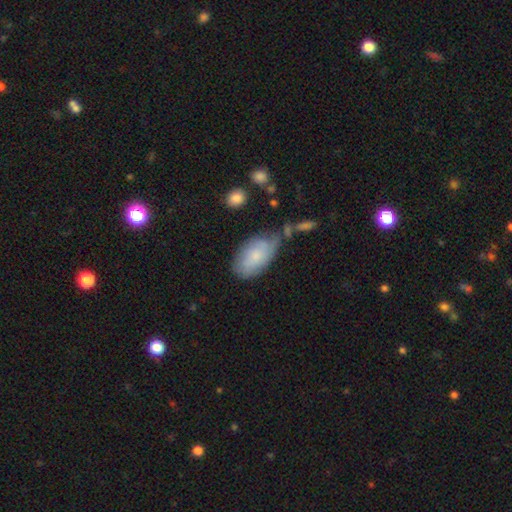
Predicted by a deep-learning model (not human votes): A smooth galaxy with no disk features (70%) that is in between round and cigar-shaped (93%). Merging: none (51%).